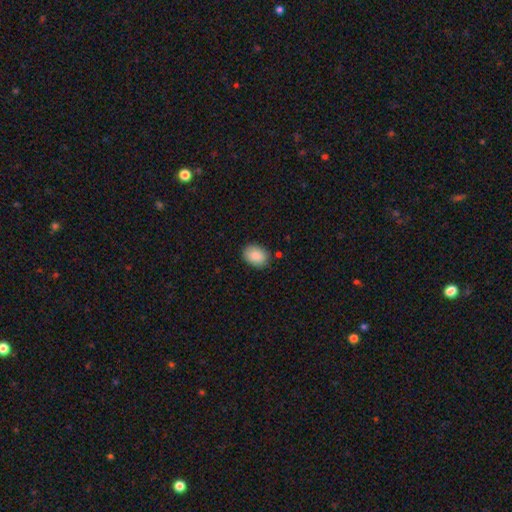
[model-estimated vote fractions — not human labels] Smooth or featured?
  - smooth: 89% *
  - star or artifact: 7%
  - featured or disk: 4%
How rounded?
  - in between: 74% *
  - round: 26%
  - cigar-shaped: 1%
Merging?
  - none: 83% *
  - minor disturbance: 12%
  - major disturbance: 3%
  - merger: 2%